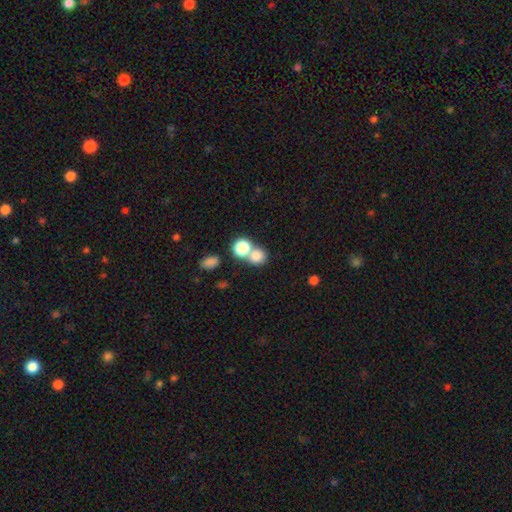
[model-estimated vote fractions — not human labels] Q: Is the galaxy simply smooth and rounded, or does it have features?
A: smooth — 78%.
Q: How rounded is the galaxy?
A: round — 76%.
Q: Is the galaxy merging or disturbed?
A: merger — 51%.